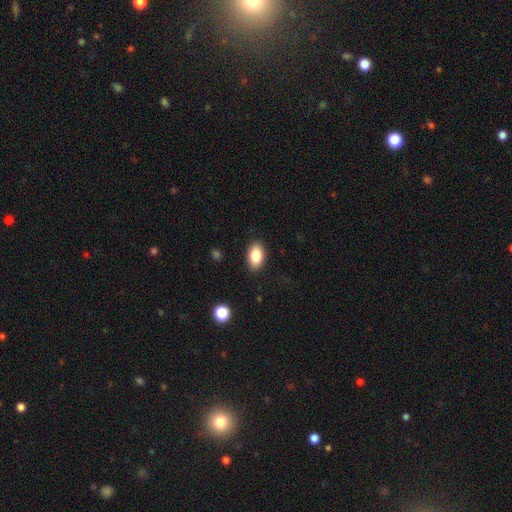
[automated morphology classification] type=smooth (85%); roundness=in between (90%); merging=none (88%).